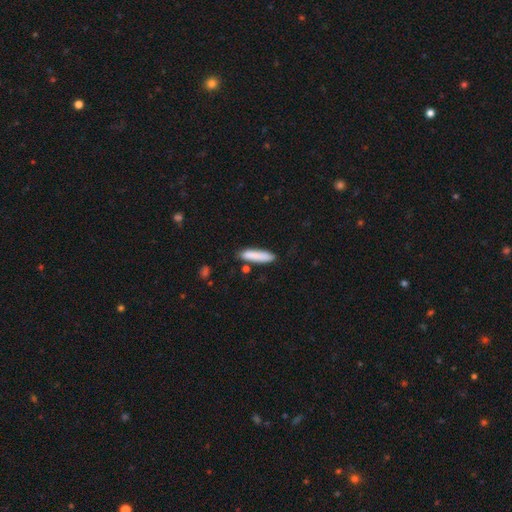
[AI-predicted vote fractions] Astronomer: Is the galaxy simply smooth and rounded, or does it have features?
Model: smooth — 85%.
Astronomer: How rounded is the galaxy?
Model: cigar-shaped — 79%.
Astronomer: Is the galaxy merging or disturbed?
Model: none — 80%.